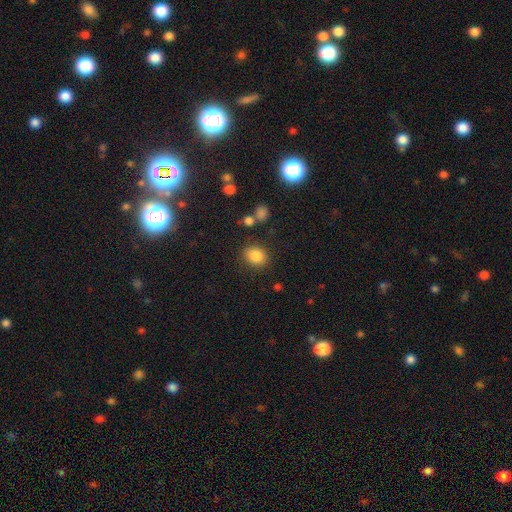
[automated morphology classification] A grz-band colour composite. It shows a smooth galaxy with no disk features (84%) that is round (57%). Merging: none (83%).